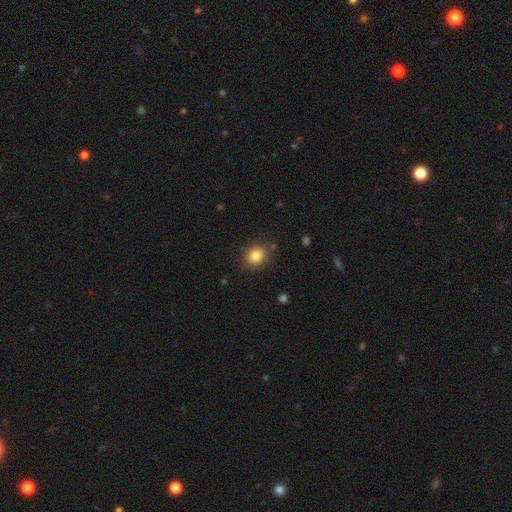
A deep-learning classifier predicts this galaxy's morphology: smooth 85%, star or artifact 10%, featured or disk 5%. Down the decision tree: how rounded — round (61%); merging — none (82%).